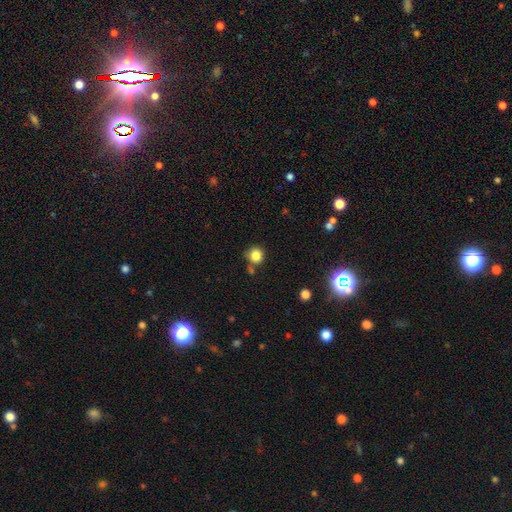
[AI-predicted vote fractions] A smooth galaxy with no disk features (82%) that is round (92%).

Vote fractions:
- Smooth or featured? smooth: 82% / star or artifact: 12% / featured or disk: 6%
- How rounded? round: 92% / in between: 7% / cigar-shaped: 1%
- Merging? none: 73% / minor disturbance: 12% / merger: 11% / major disturbance: 3%